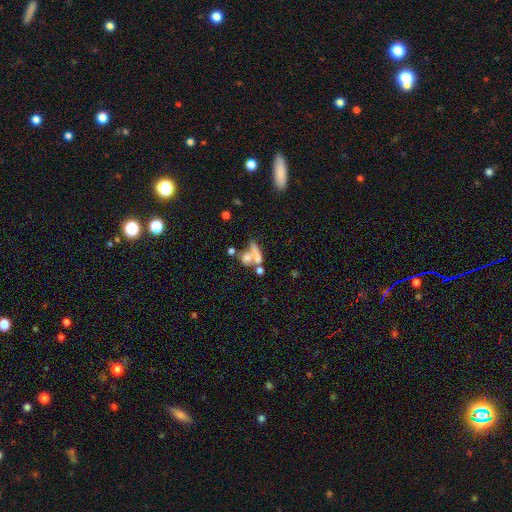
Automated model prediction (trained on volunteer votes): Smooth or featured?
  - smooth: 58% *
  - featured or disk: 29%
  - star or artifact: 13%
How rounded?
  - in between: 45% *
  - cigar-shaped: 33%
  - round: 22%
Merging?
  - merger: 50% *
  - none: 28%
  - major disturbance: 12%
  - minor disturbance: 10%